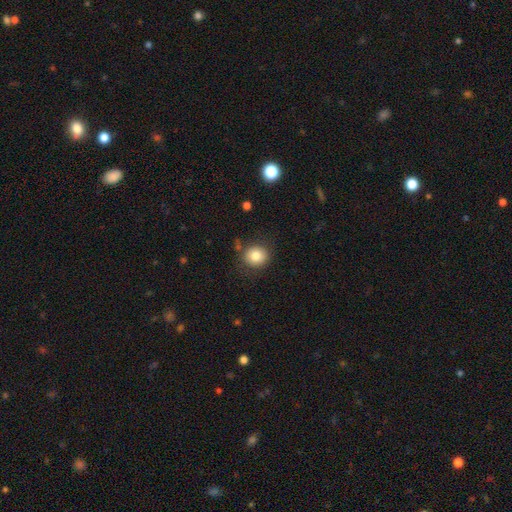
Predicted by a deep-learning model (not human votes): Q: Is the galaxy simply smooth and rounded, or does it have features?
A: smooth — 81%.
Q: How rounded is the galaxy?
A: round — 83%.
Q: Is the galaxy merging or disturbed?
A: none — 81%.